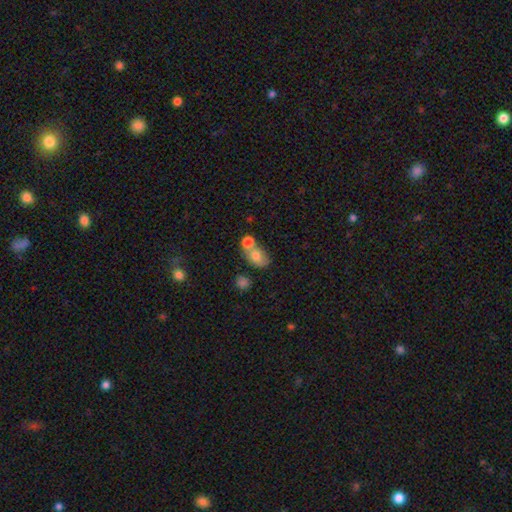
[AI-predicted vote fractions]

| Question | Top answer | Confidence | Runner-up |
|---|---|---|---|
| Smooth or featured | smooth | 76% | featured or disk (15%) |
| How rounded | in between | 69% | round (29%) |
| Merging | merger | 49% | none (34%) |